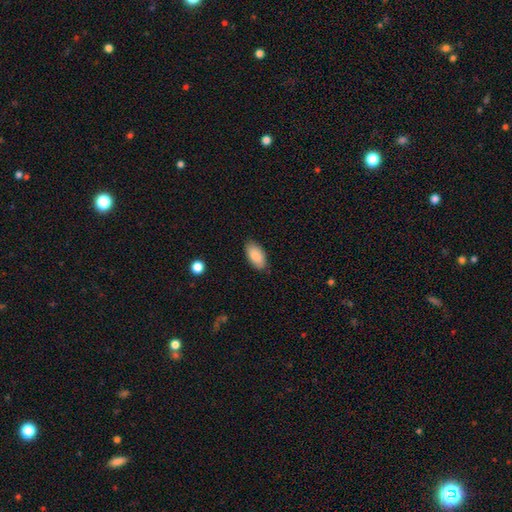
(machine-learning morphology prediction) The model was most divided on "merging": none: 85%, minor disturbance: 12%, major disturbance: 2%, merger: 1%. More confident: how rounded — in between (94%); smooth or featured — smooth (88%).